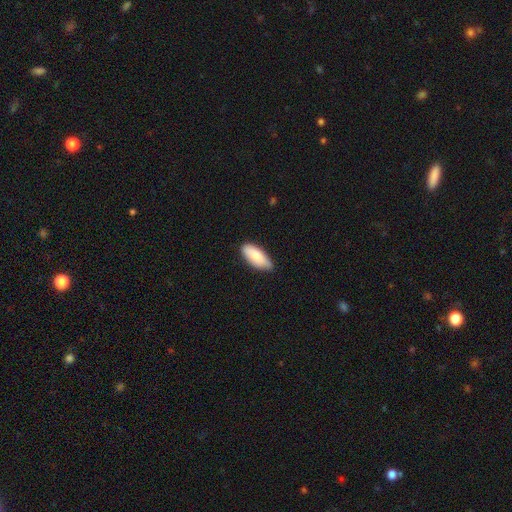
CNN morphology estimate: Q: Smooth or featured?
A: smooth (83%); runner-up: featured or disk (11%)
Q: How rounded?
A: in between (84%); runner-up: cigar-shaped (14%)
Q: Merging?
A: none (70%); runner-up: minor disturbance (26%)